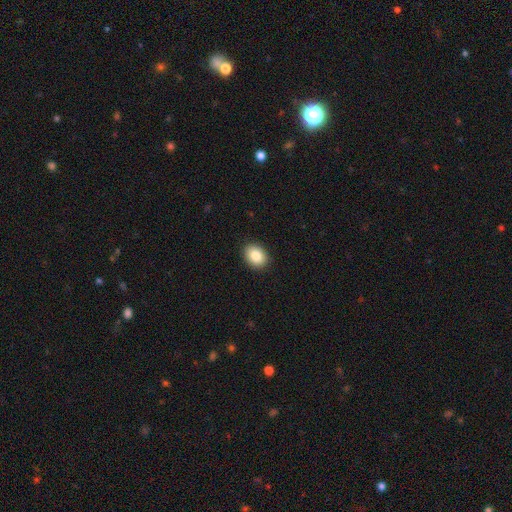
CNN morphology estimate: Q: Smooth or featured?
A: smooth (86%); runner-up: star or artifact (8%)
Q: How rounded?
A: in between (64%); runner-up: round (35%)
Q: Merging?
A: none (90%); runner-up: minor disturbance (7%)